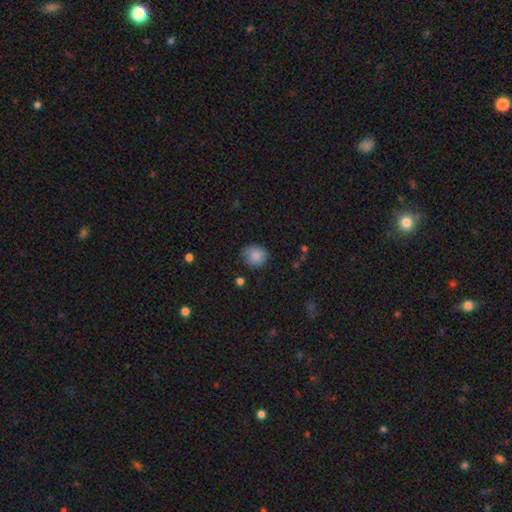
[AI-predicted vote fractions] Morphology: type=smooth (85%); roundness=round (72%); merging=none (76%).